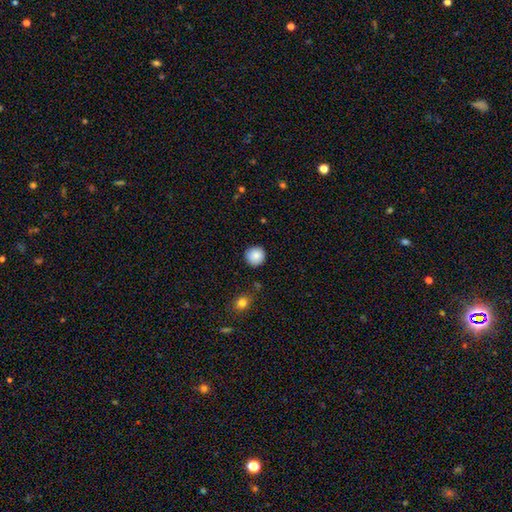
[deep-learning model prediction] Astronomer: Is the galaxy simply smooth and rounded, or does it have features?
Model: smooth — 88%.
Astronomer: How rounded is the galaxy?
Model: round — 94%.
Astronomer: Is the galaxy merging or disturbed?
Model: none — 90%.